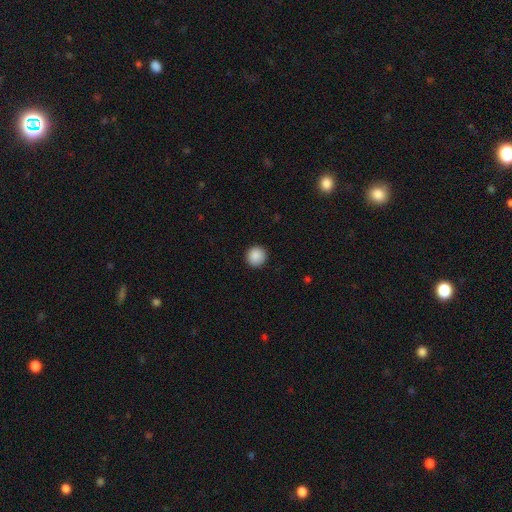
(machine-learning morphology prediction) Smooth or featured? smooth (89%)
How rounded? round (94%)
Merging? none (92%)